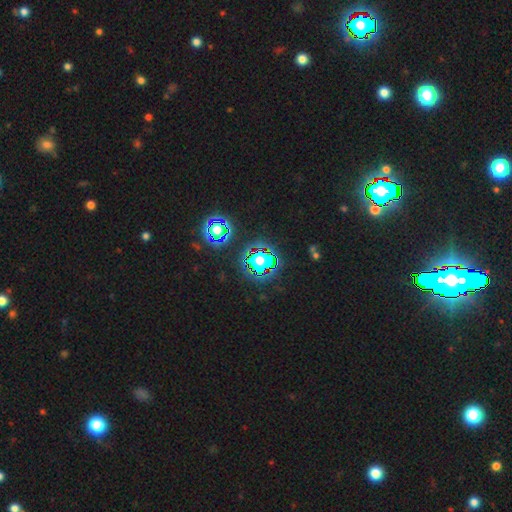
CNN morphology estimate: Smooth or featured?
  - star or artifact: 68% *
  - smooth: 20%
  - featured or disk: 12%